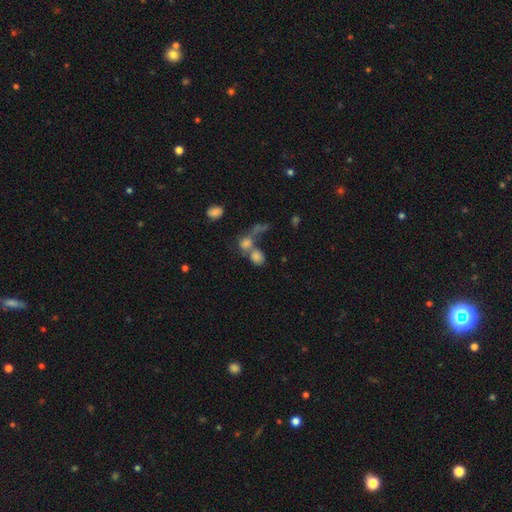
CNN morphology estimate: Smooth or featured?
  - smooth: 68% *
  - star or artifact: 17%
  - featured or disk: 15%
How rounded?
  - round: 60% *
  - in between: 38%
  - cigar-shaped: 3%
Merging?
  - merger: 53% *
  - none: 29%
  - major disturbance: 9%
  - minor disturbance: 8%